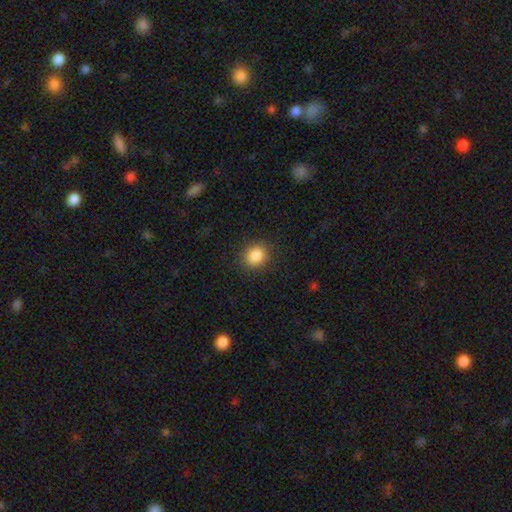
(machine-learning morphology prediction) Overall: smooth (86%). How rounded: round (80%). Merging: none (87%).